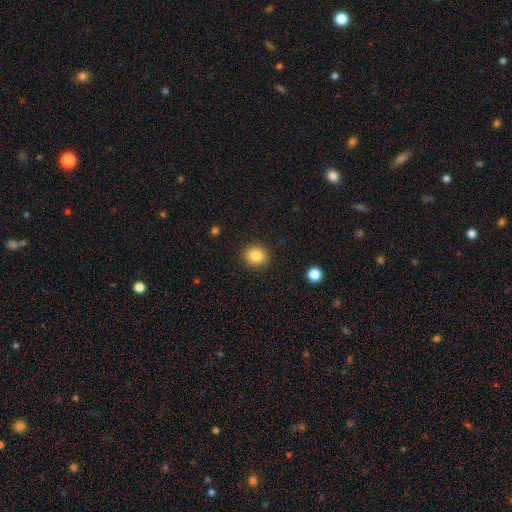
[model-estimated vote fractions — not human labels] smooth-or-featured: smooth: 85% | star or artifact: 10% | featured or disk: 5%
  how-rounded: round: 83% | in between: 16% | cigar-shaped: 1%
  merging: none: 90% | minor disturbance: 7% | major disturbance: 2% | merger: 1%